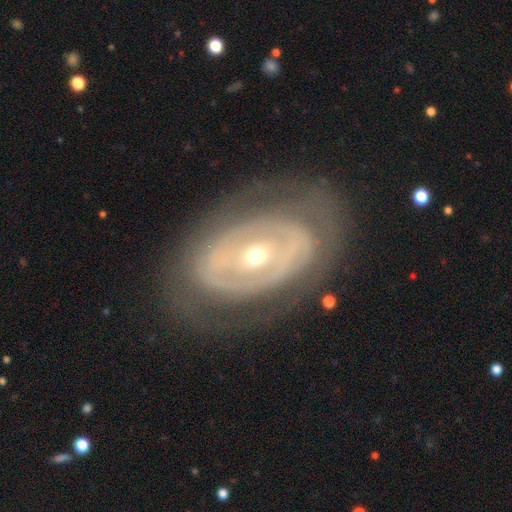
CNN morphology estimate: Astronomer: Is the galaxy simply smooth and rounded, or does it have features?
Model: featured or disk — 78%.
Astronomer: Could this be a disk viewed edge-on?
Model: no — 93%.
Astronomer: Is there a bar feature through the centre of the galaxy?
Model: no — 60%.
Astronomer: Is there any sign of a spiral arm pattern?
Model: no — 60% (runner-up: yes, 40%).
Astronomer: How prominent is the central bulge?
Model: small — 51% (runner-up: moderate, 45%).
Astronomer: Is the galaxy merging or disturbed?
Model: none — 75%.